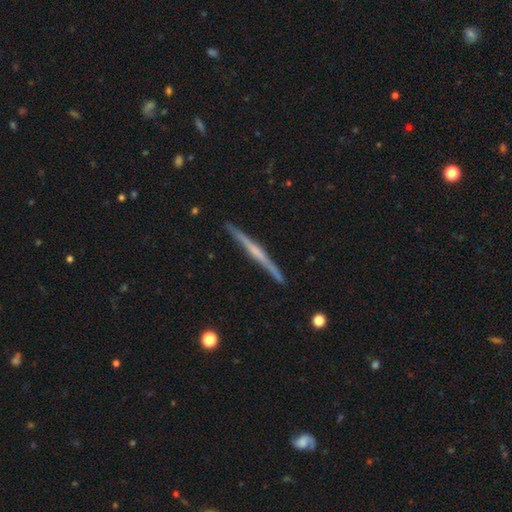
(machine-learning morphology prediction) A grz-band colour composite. It shows a featured or disk galaxy (74%) viewed edge-on (98%) with a rounded central bulge (52%). Merging: none (91%).